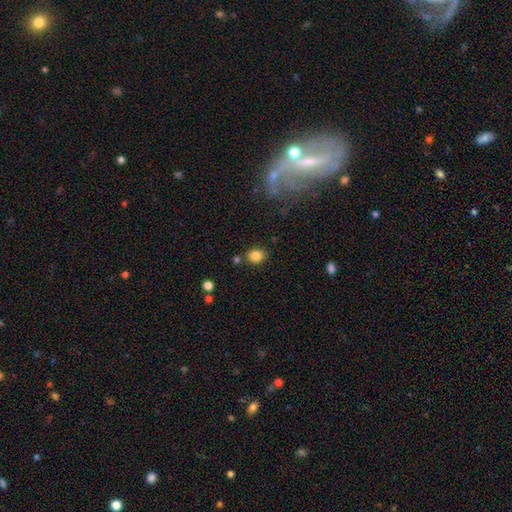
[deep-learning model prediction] This is clearly a smooth galaxy (84%). How rounded: likely round (61%). Merging: clearly none (81%).